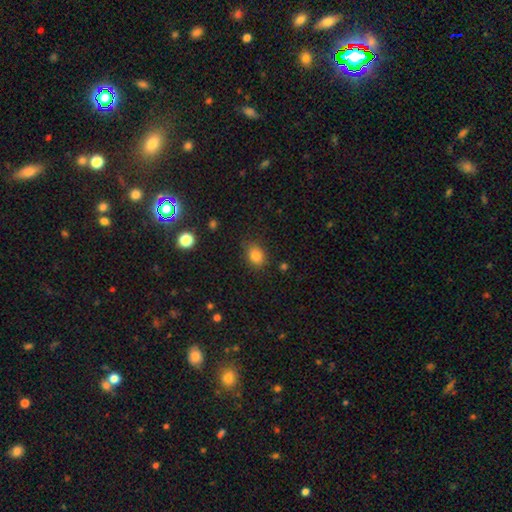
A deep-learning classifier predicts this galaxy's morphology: Q: Smooth or featured?
A: smooth (83%); runner-up: star or artifact (11%)
Q: How rounded?
A: in between (56%); runner-up: round (43%)
Q: Merging?
A: none (83%); runner-up: minor disturbance (13%)